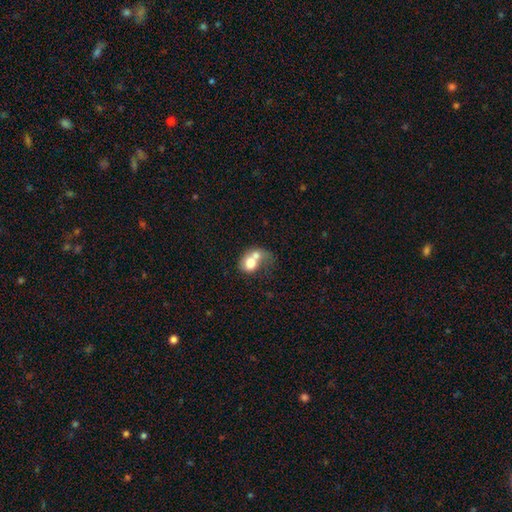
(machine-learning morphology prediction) The model was most divided on "how rounded" (2-way tie): round: 49%, in between: 49%, cigar-shaped: 1%. More confident: merging — merger (70%); smooth or featured — smooth (65%).